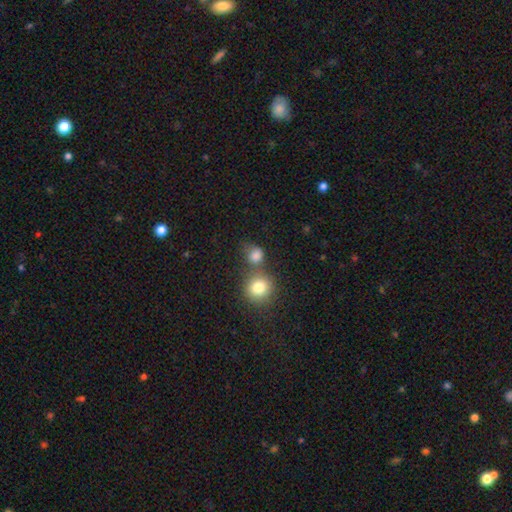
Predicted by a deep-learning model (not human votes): The model was most divided on "merging": none: 50%, merger: 31%, minor disturbance: 13%, major disturbance: 7%. More confident: smooth or featured — smooth (81%); how rounded — round (76%).